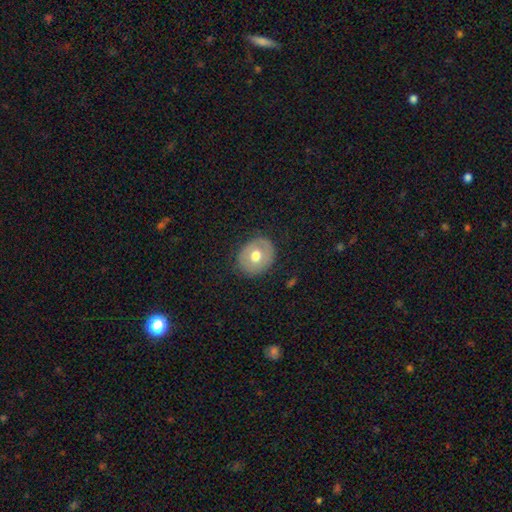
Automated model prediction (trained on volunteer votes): Smooth or featured? Predicted: smooth (p=0.59). How rounded? Predicted: round (p=0.65). Merging? Predicted: none (p=0.84).